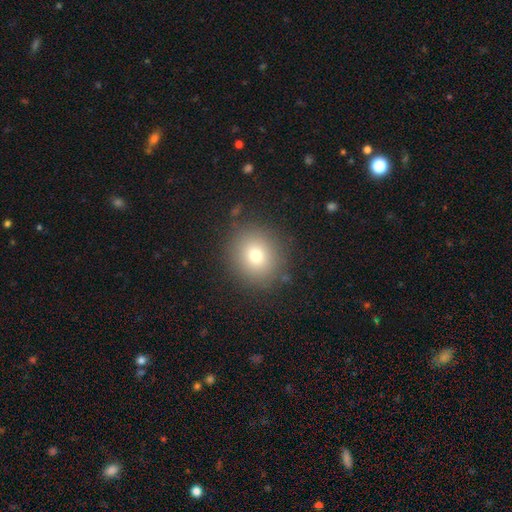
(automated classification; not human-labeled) Smooth or featured? smooth (73%)
How rounded? round (85%)
Merging? none (87%)